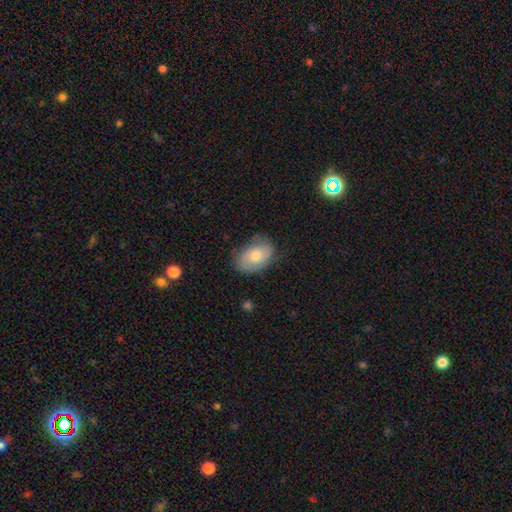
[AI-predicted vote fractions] Q: Smooth or featured?
A: smooth (58%); runner-up: featured or disk (34%)
Q: How rounded?
A: in between (84%); runner-up: round (14%)
Q: Merging?
A: none (70%); runner-up: minor disturbance (23%)